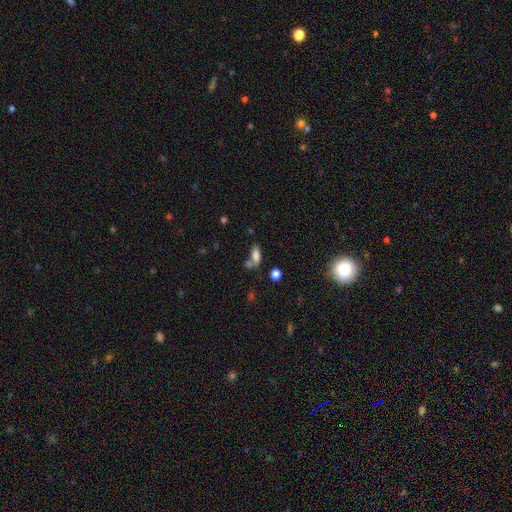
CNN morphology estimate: Smooth or featured? Predicted: smooth (p=0.77). How rounded? Predicted: in between (p=0.74). Merging? Predicted: none (p=0.46).